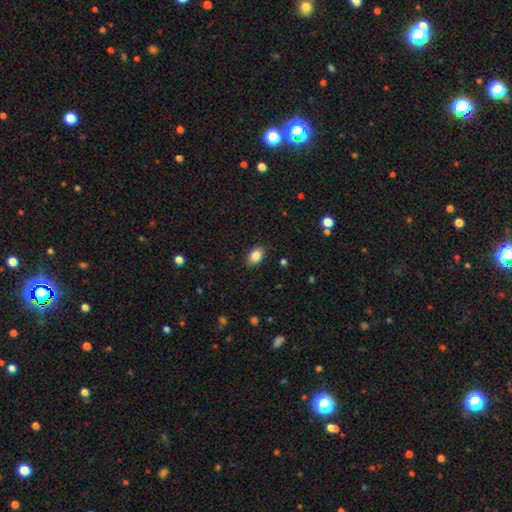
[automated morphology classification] smooth_or_featured: smooth (p=0.87) [alt: star or artifact p=0.08]
how_rounded: in between (p=0.86) [alt: round p=0.13]
merging: none (p=0.87) [alt: minor disturbance p=0.10]